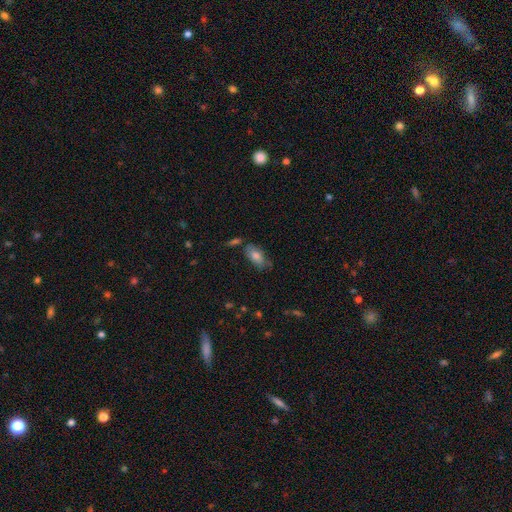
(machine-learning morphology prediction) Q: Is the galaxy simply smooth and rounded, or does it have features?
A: smooth — 71%.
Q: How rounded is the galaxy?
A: in between — 88%.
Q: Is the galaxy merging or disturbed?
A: none — 60%.